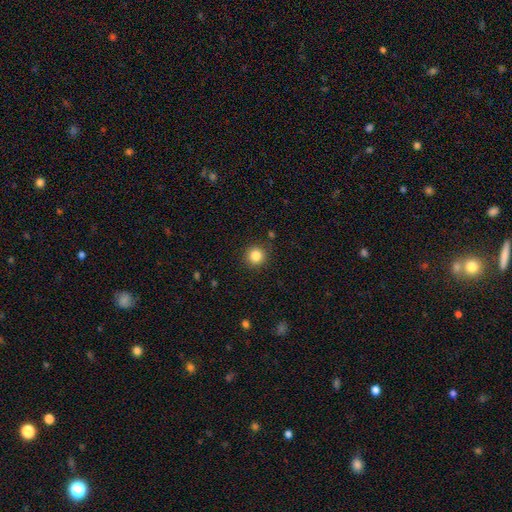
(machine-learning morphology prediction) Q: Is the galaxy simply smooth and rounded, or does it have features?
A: smooth — 85%.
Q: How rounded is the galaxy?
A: round — 94%.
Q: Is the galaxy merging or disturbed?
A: none — 90%.